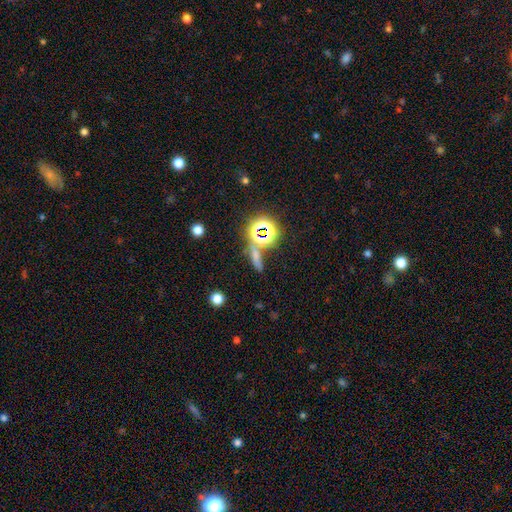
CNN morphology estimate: This is possibly a smooth galaxy (47%). Merging: likely none (66%).